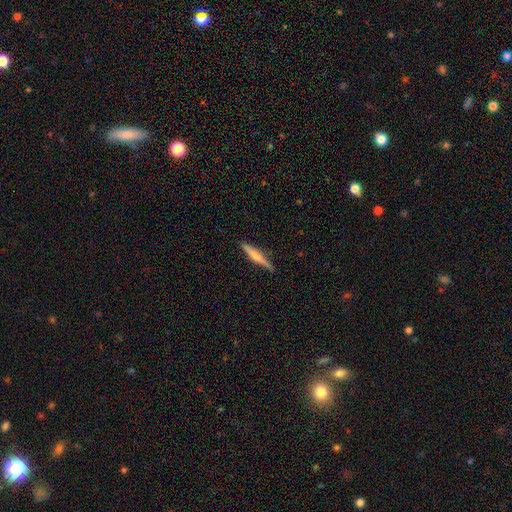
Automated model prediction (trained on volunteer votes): The model was most divided on "smooth or featured" (2-way tie): smooth: 47%, featured or disk: 47%, star or artifact: 6%. More confident: merging — none (87%).